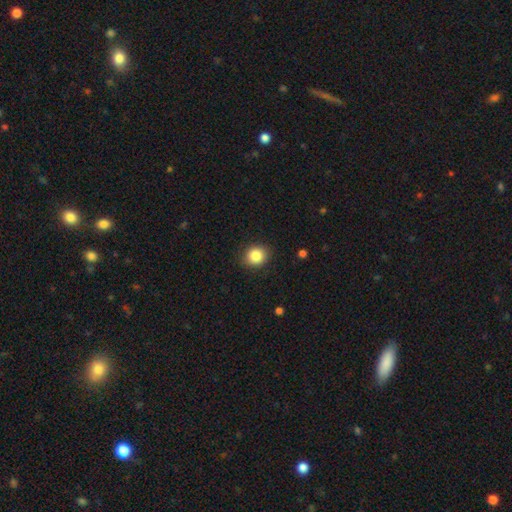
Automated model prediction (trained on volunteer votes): smooth-or-featured: smooth: 85% | star or artifact: 10% | featured or disk: 5%
  how-rounded: round: 79% | in between: 20% | cigar-shaped: 1%
  merging: none: 87% | minor disturbance: 9% | major disturbance: 2% | merger: 1%